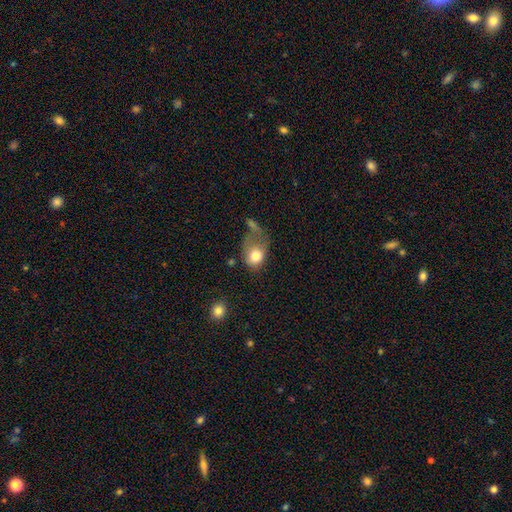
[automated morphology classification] A smooth galaxy with no disk features (76%) that is in between round and cigar-shaped (58%). Merging: major disturbance (39%).